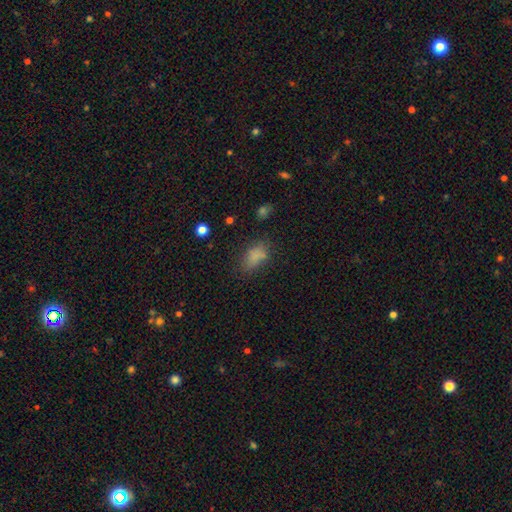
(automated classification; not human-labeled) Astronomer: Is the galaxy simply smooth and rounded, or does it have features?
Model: smooth — 75%.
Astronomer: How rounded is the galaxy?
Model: in between — 86%.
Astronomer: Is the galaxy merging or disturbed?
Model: none — 60%.